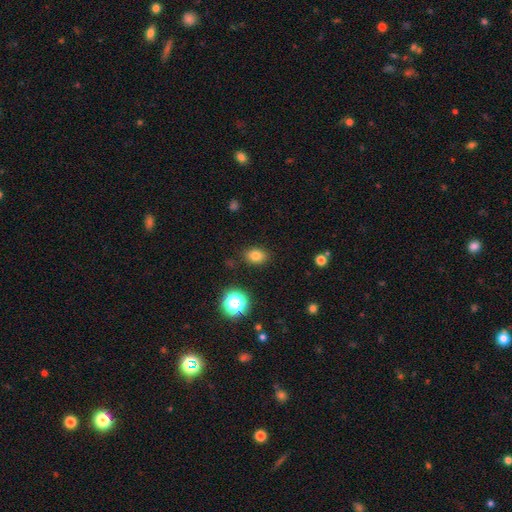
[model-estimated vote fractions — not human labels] Smooth or featured?
  - smooth: 78% *
  - star or artifact: 14%
  - featured or disk: 8%
How rounded?
  - in between: 67% *
  - round: 32%
  - cigar-shaped: 1%
Merging?
  - none: 86% *
  - minor disturbance: 10%
  - major disturbance: 3%
  - merger: 2%